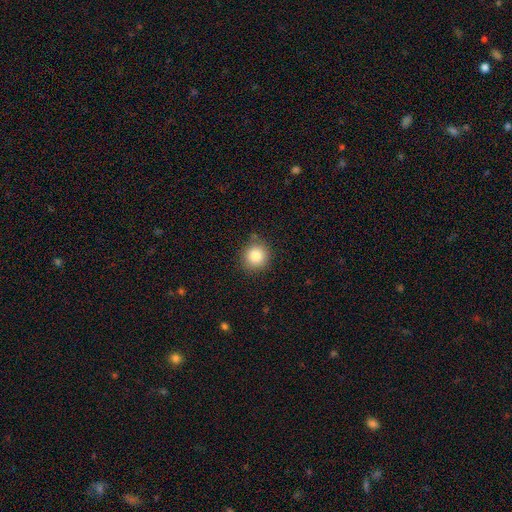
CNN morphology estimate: The model was most divided on "smooth or featured": smooth: 84%, star or artifact: 10%, featured or disk: 6%. More confident: how rounded — round (91%); merging — none (85%).